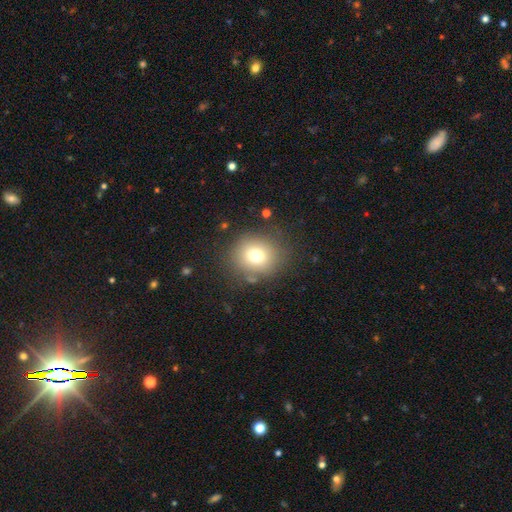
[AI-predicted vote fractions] Morphology: type=smooth (73%); roundness=round (83%); merging=none (81%).